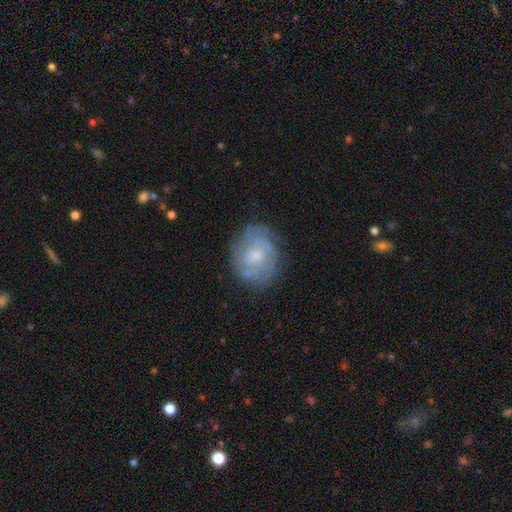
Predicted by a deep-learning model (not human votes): Overall: featured or disk (65%; smooth 28%). Edge-on disk: no (97%). Bar: no (64%; weak 32%). Spiral arms: yes (77%). Bulge size: moderate (50%; small 38%). Merging: none (71%).